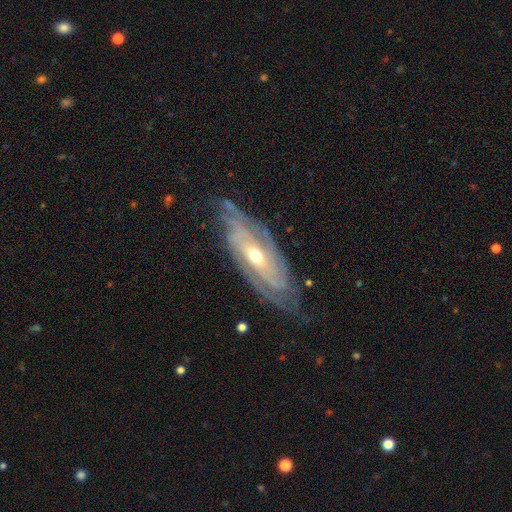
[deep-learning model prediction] smooth-or-featured: featured or disk: 86% | smooth: 8% | star or artifact: 6%
  disk-edge-on: no: 85% | yes: 15%
    bar: no: 59% | weak: 28% | strong: 13%
    has-spiral-arms: yes: 95% | no: 5%
      spiral-winding: tight: 68% | medium: 25% | loose: 7%
      spiral-arm-count: can't tell: 34% | 2: 27% | 3: 17% | 4: 11% | more than 4: 6% | 1: 5%
    bulge-size: moderate: 55% | small: 41% | large: 2% | none: 1% | dominant: 1%
  merging: none: 71% | minor disturbance: 20% | major disturbance: 7% | merger: 2%